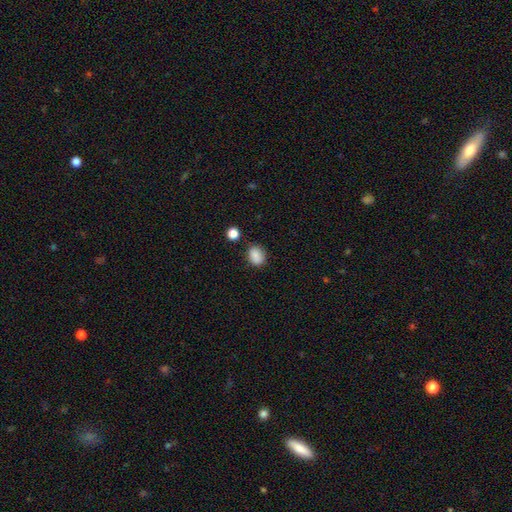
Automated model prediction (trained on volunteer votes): The model was most divided on "how rounded": in between: 58%, round: 41%, cigar-shaped: 1%. More confident: smooth or featured — smooth (86%); merging — none (77%).